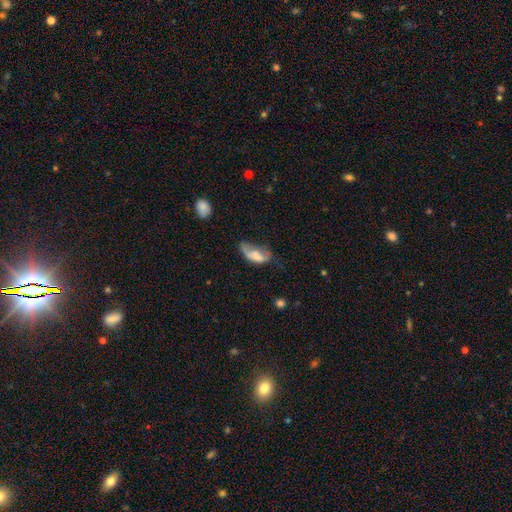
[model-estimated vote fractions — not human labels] Smooth or featured?
  - smooth: 62% *
  - featured or disk: 29%
  - star or artifact: 9%
How rounded?
  - in between: 87% *
  - cigar-shaped: 10%
  - round: 3%
Merging?
  - major disturbance: 40% *
  - minor disturbance: 31%
  - none: 24%
  - merger: 5%